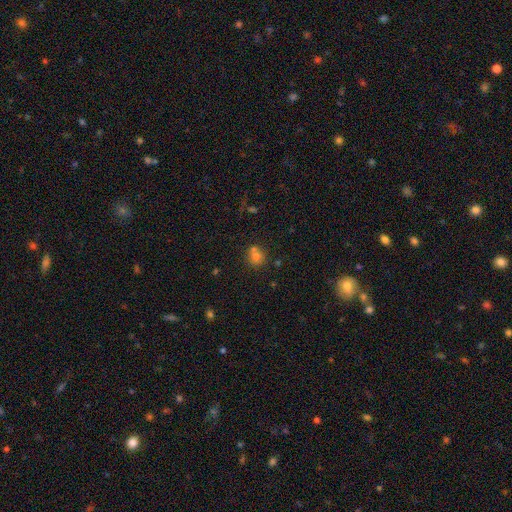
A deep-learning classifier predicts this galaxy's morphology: Smooth or featured? Predicted: smooth (p=0.67). How rounded? Predicted: round (p=0.83). Merging? Predicted: none (p=0.59).